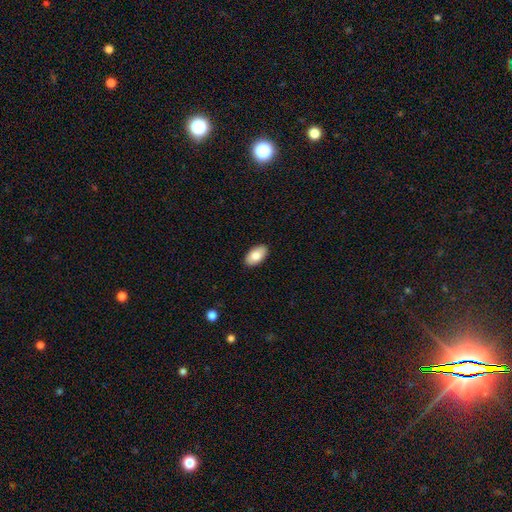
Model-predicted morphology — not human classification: The model was most divided on "smooth or featured": smooth: 81%, featured or disk: 12%, star or artifact: 6%. More confident: how rounded — in between (95%); merging — none (90%).